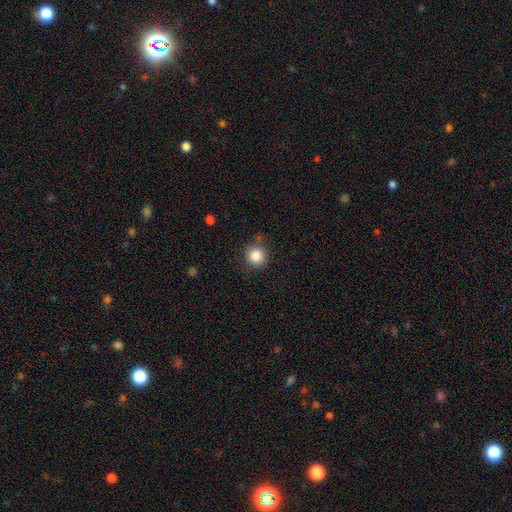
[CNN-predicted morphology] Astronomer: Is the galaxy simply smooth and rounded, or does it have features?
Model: smooth — 86%.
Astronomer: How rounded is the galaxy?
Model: round — 93%.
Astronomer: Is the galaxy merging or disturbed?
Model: none — 85%.